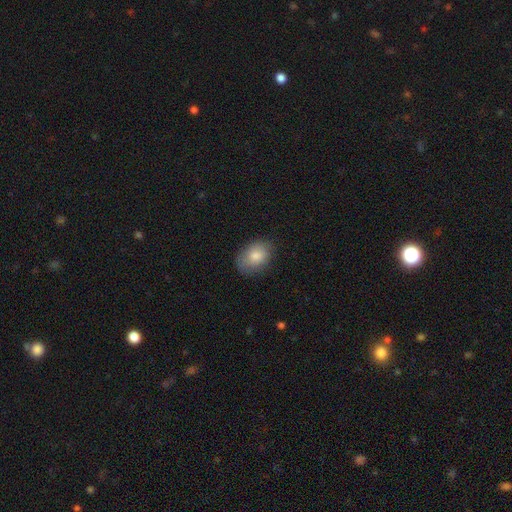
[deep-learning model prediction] The model was most divided on "how rounded": in between: 76%, round: 23%, cigar-shaped: 1%. More confident: smooth or featured — smooth (82%); merging — none (74%).